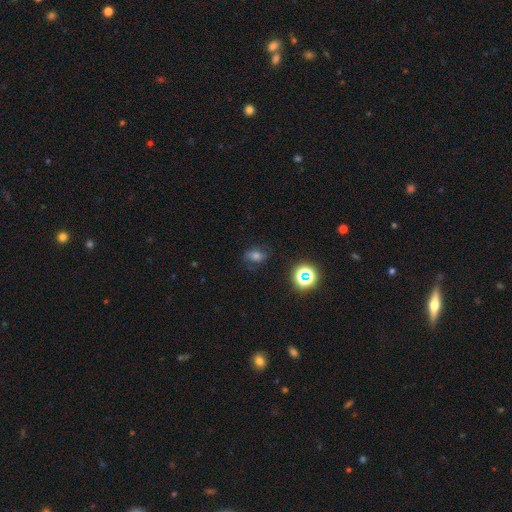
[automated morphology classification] Smooth or featured?
  - smooth: 58% *
  - star or artifact: 25%
  - featured or disk: 17%
How rounded?
  - in between: 70% *
  - round: 28%
  - cigar-shaped: 2%
Merging?
  - none: 70% *
  - minor disturbance: 20%
  - major disturbance: 8%
  - merger: 2%